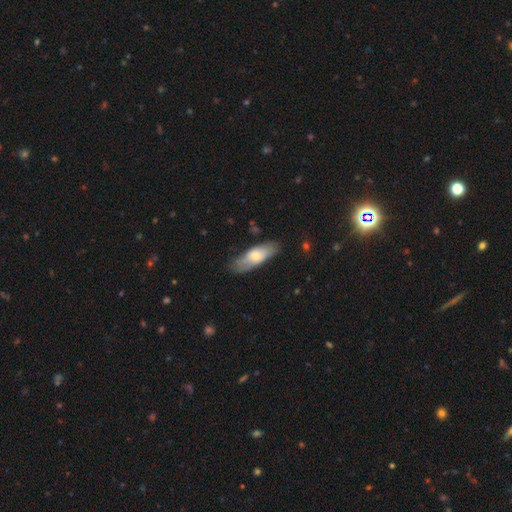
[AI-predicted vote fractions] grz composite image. It shows a smooth galaxy with no disk features (63%) that is in between round and cigar-shaped (62%). Merging: none (70%).